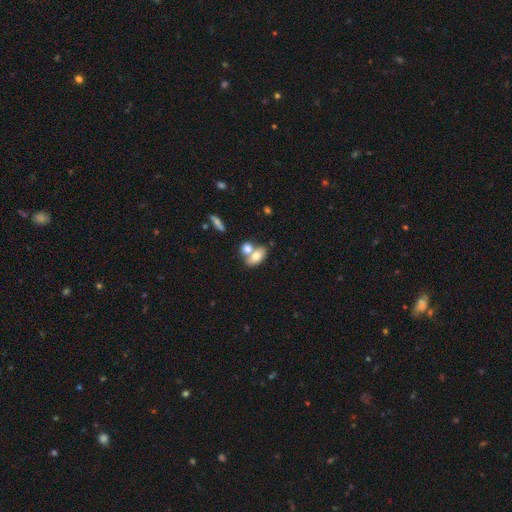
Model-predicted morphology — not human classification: A smooth galaxy with no disk features (72%) that is in between round and cigar-shaped (86%). Merging: merger (53%).